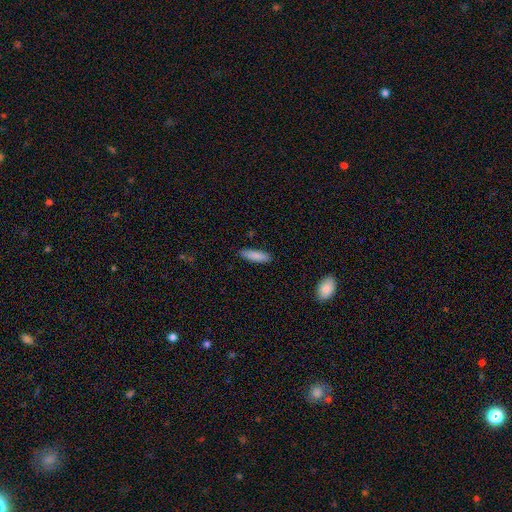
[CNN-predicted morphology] Smooth or featured: smooth — 87% (featured or disk — 7%)
How rounded: cigar-shaped — 62% (in between — 36%)
Merging: none — 88% (minor disturbance — 9%)